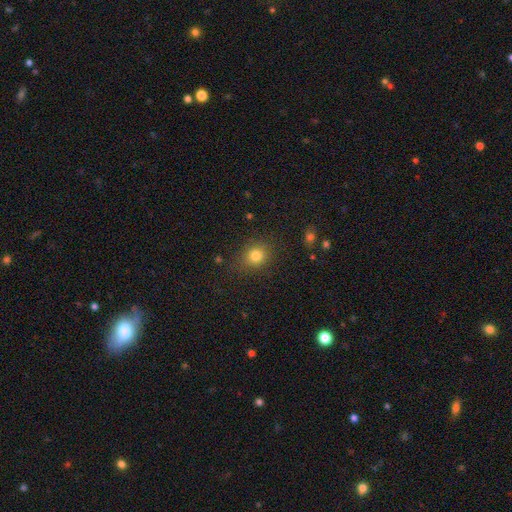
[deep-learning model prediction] Smooth or featured? smooth (81%)
How rounded? round (75%)
Merging? none (83%)